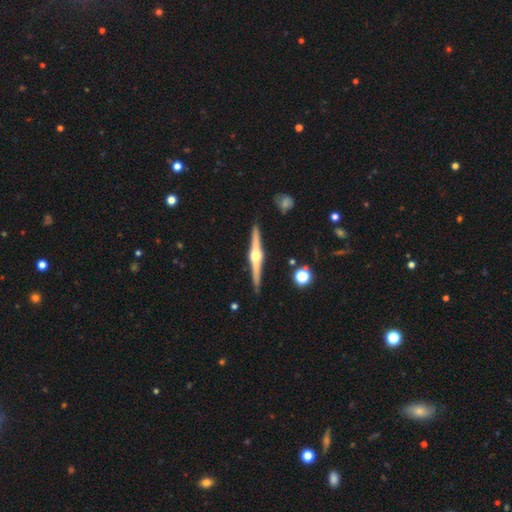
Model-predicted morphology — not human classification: smooth_or_featured: featured or disk (p=0.82) [alt: smooth p=0.13]
disk_edge_on: yes (p=0.98) [alt: no p=0.02]
edge_on_bulge: rounded (p=0.95) [alt: boxy p=0.04]
merging: none (p=0.90) [alt: minor disturbance p=0.07]